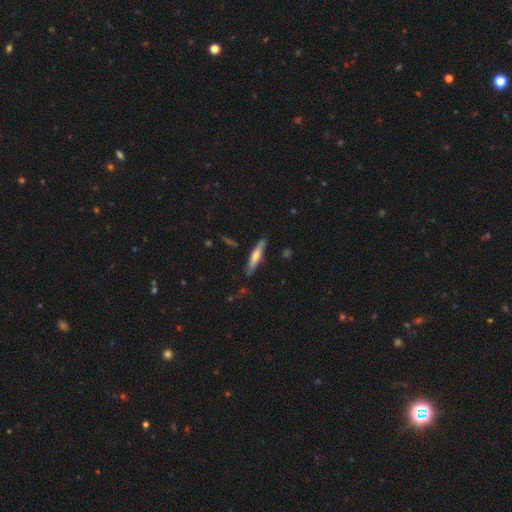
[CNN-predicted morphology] This is possibly a smooth galaxy (52%). How rounded: clearly cigar-shaped (86%). Merging: clearly none (82%).